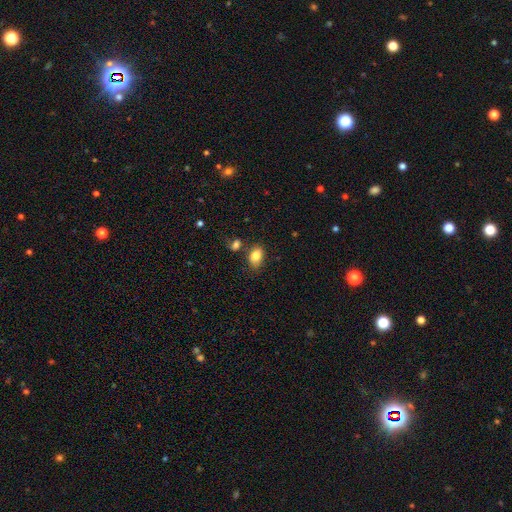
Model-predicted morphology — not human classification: Overall: smooth (83%). How rounded: in between (81%). Merging: none (73%).